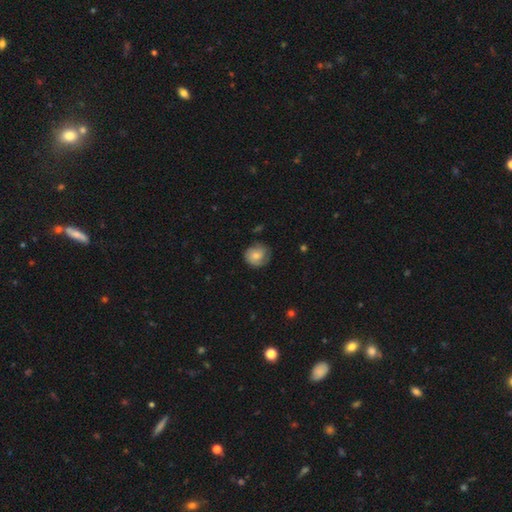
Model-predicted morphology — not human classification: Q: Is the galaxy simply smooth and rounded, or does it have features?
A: smooth — 64%.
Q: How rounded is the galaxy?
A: round — 83%.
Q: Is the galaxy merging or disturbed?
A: none — 71%.